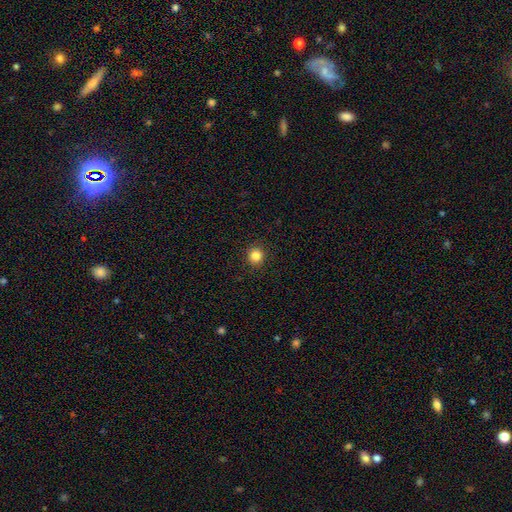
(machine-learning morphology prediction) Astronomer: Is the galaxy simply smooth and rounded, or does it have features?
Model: smooth — 84%.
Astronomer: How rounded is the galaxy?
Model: round — 92%.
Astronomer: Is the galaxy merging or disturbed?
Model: none — 92%.